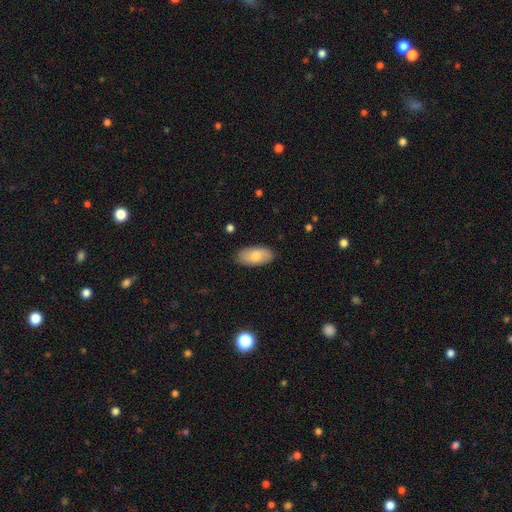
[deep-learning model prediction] A smooth galaxy with no disk features (79%) that is in between round and cigar-shaped (94%). Merging: none (86%).